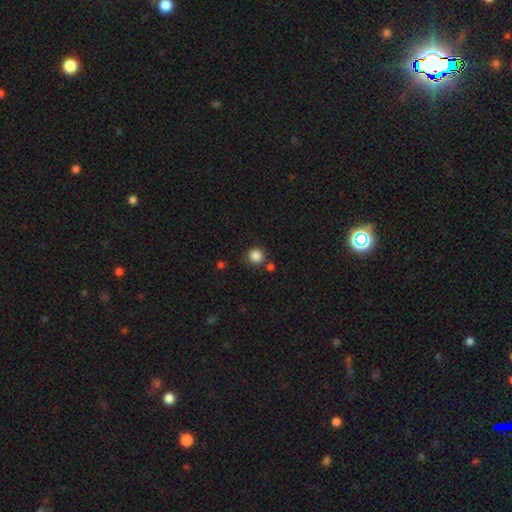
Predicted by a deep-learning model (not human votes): A smooth galaxy with no disk features (86%) that is round (92%). Merging: none (79%).